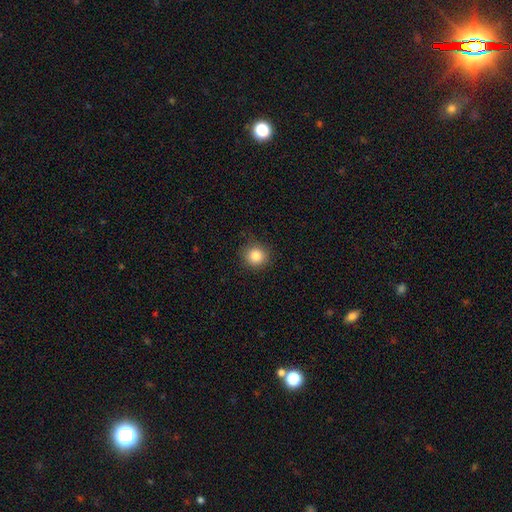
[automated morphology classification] Smooth or featured: smooth — 85% (star or artifact — 10%)
How rounded: round — 91% (in between — 8%)
Merging: none — 88% (minor disturbance — 9%)